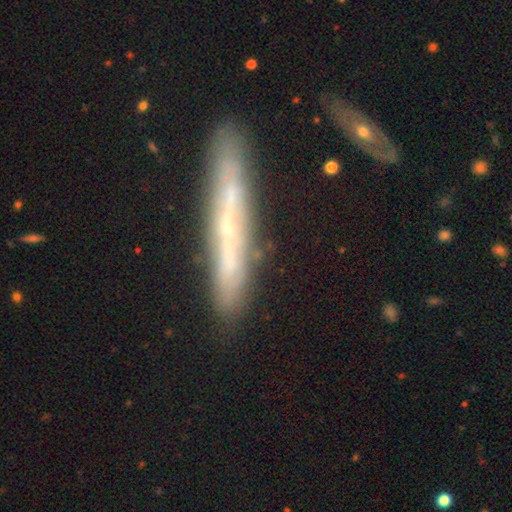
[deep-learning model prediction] Smooth or featured? Predicted: featured or disk (p=0.60). Edge-on disk? Predicted: yes (p=0.83). Edge-on bulge? Predicted: none (p=0.74). Merging? Predicted: none (p=0.81).